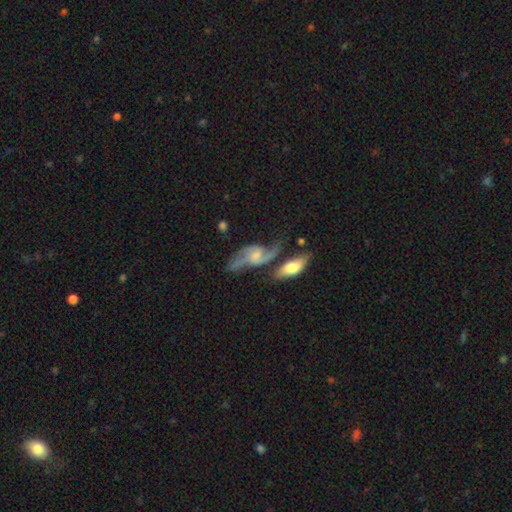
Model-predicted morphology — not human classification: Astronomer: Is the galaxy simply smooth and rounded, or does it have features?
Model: featured or disk — 80%.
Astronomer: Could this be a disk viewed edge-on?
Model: no — 92%.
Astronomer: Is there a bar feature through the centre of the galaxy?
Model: no — 52% (runner-up: weak, 39%).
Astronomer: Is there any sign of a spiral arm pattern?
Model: yes — 93%.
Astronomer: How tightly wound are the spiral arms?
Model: loose — 58%.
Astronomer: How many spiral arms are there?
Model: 2 — 88%.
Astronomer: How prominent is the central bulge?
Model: small — 46% (runner-up: moderate, 34%).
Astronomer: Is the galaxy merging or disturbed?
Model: none — 42% (runner-up: merger, 23%).